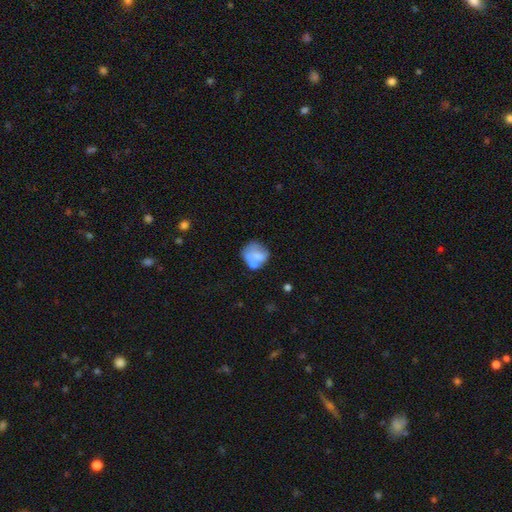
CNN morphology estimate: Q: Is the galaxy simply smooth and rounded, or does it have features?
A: smooth — 54%.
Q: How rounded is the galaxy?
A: round — 69%.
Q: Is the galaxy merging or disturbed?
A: none — 40%.